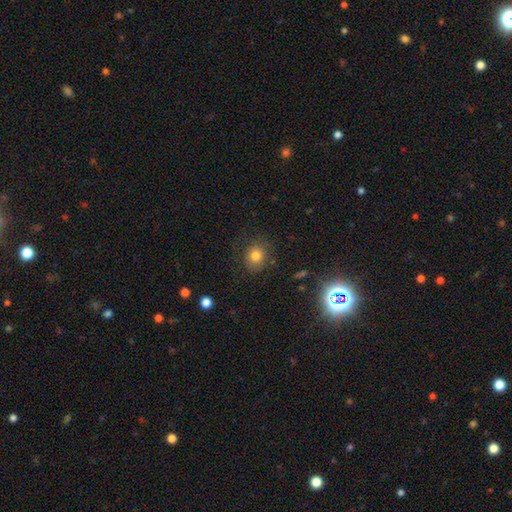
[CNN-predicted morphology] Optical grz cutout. It shows a smooth galaxy with no disk features (77%) that is round (73%). Merging: none (78%).